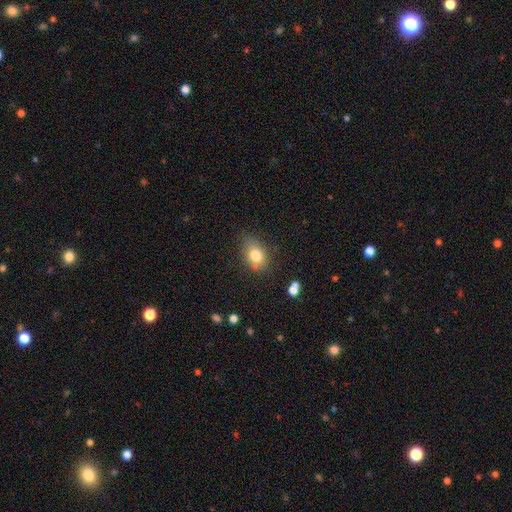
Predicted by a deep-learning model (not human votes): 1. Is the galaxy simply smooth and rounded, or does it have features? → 79% smooth, 11% featured or disk, 10% star or artifact.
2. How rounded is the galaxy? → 67% in between, 31% round, 2% cigar-shaped.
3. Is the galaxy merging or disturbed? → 66% none, 24% minor disturbance, 6% major disturbance, 4% merger.